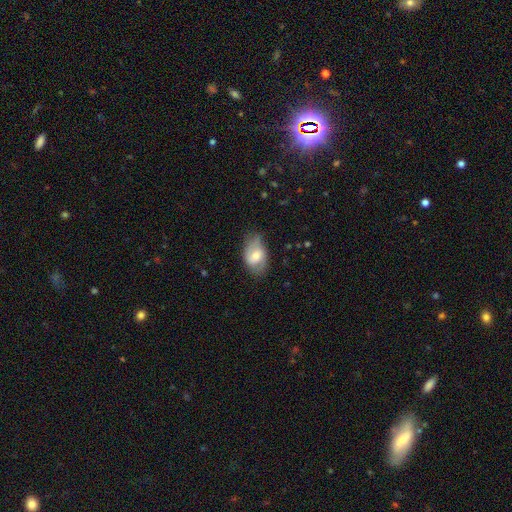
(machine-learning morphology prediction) The model was most divided on "smooth or featured": smooth: 53%, featured or disk: 40%, star or artifact: 7%. More confident: how rounded — in between (86%); merging — none (65%).